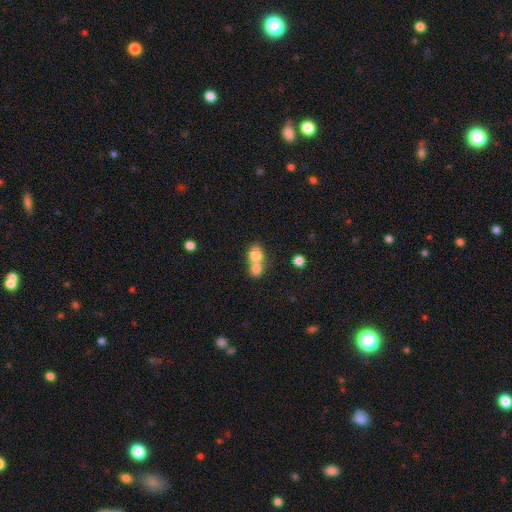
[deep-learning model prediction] This is likely a smooth galaxy (78%). How rounded: likely round (62%). Merging: likely merger (63%).